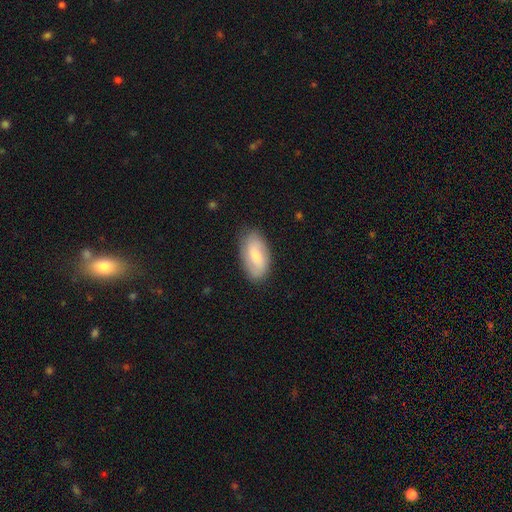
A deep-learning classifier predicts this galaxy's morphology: A smooth galaxy with no disk features (55%) that is in between round and cigar-shaped (93%). Merging: none (82%).